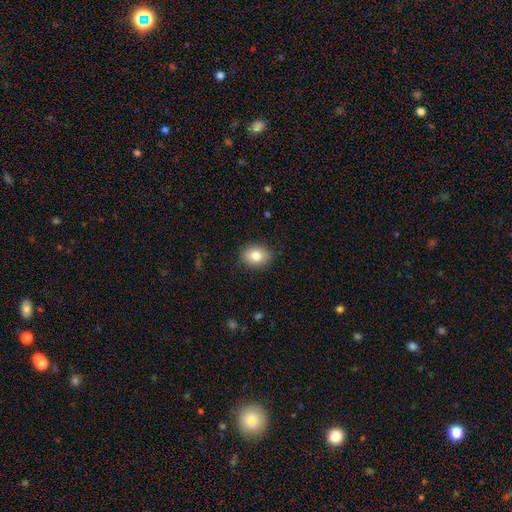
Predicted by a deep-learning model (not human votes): Morphology: type=smooth (82%); roundness=in between (63%); merging=none (89%).